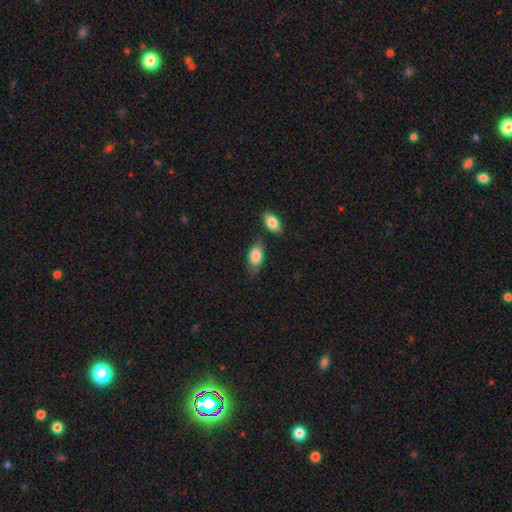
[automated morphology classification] smooth 85%, featured or disk 9%, star or artifact 6%. Down the decision tree: how rounded — in between (90%); merging — none (60%).